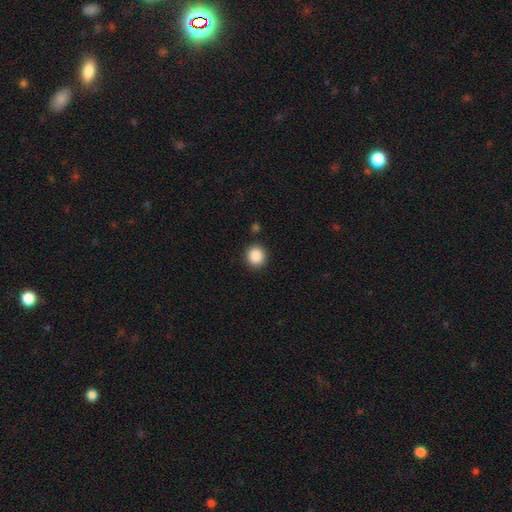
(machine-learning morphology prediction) This is clearly a smooth galaxy (88%). How rounded: clearly round (89%). Merging: clearly none (90%).